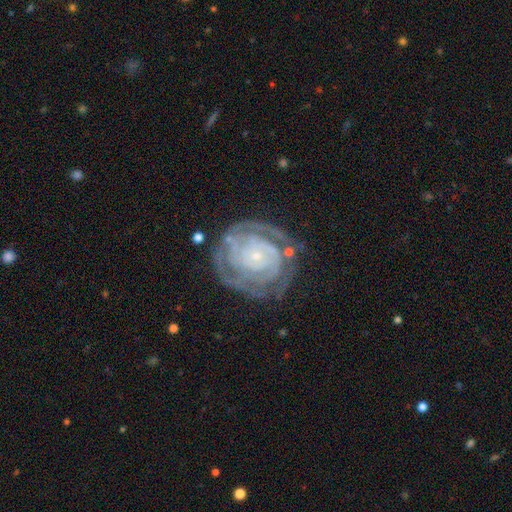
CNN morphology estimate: Overall: featured or disk (87%). Edge-on disk: no (98%). Bar: no (78%). Spiral arms: yes (96%). Spiral arm count: can't tell (28%; 2 27%). Spiral winding: tight (81%). Bulge size: small (84%). Merging: none (69%).